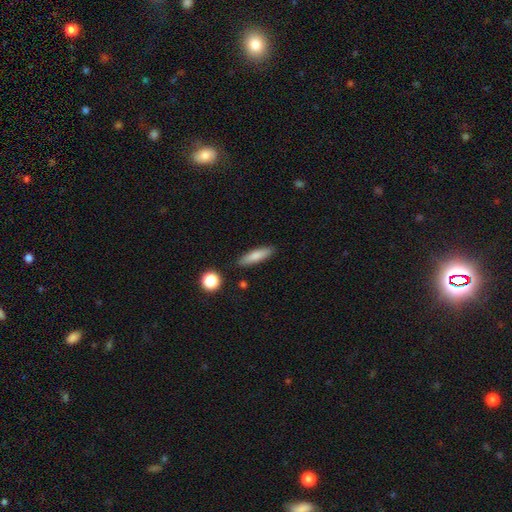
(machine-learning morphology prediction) smooth_or_featured: smooth (p=0.79) [alt: featured or disk p=0.14]
how_rounded: cigar-shaped (p=0.72) [alt: in between p=0.26]
merging: none (p=0.87) [alt: minor disturbance p=0.09]